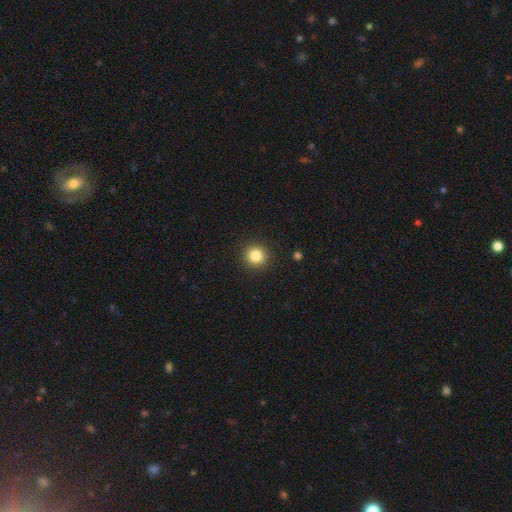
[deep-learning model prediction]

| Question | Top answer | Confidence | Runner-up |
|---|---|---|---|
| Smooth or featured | smooth | 84% | star or artifact (11%) |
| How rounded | round | 93% | in between (6%) |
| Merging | none | 92% | minor disturbance (5%) |